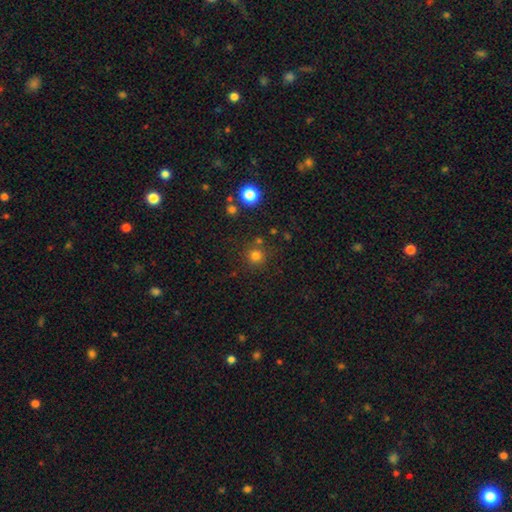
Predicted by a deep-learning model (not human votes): Smooth or featured?
  - smooth: 78% *
  - star or artifact: 17%
  - featured or disk: 5%
How rounded?
  - round: 94% *
  - in between: 5%
  - cigar-shaped: 1%
Merging?
  - none: 81% *
  - minor disturbance: 8%
  - merger: 7%
  - major disturbance: 3%